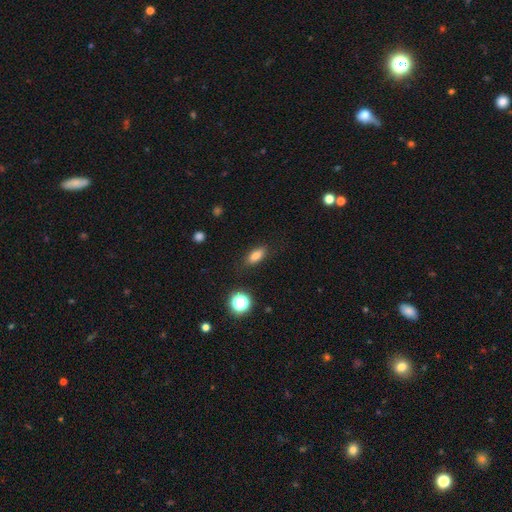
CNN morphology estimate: Smooth or featured: smooth — 80% (star or artifact — 12%)
How rounded: in between — 78% (cigar-shaped — 15%)
Merging: none — 85% (minor disturbance — 10%)